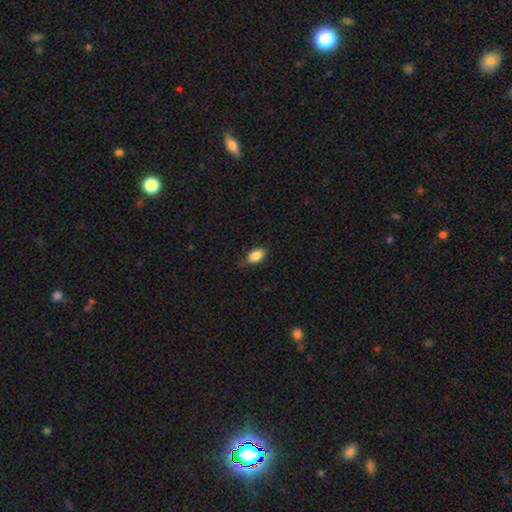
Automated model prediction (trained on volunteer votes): A smooth galaxy with no disk features (87%) that is in between round and cigar-shaped (89%).

Vote fractions:
- Smooth or featured? smooth: 87% / star or artifact: 8% / featured or disk: 5%
- How rounded? in between: 89% / round: 8% / cigar-shaped: 3%
- Merging? none: 66% / minor disturbance: 27% / major disturbance: 5% / merger: 2%